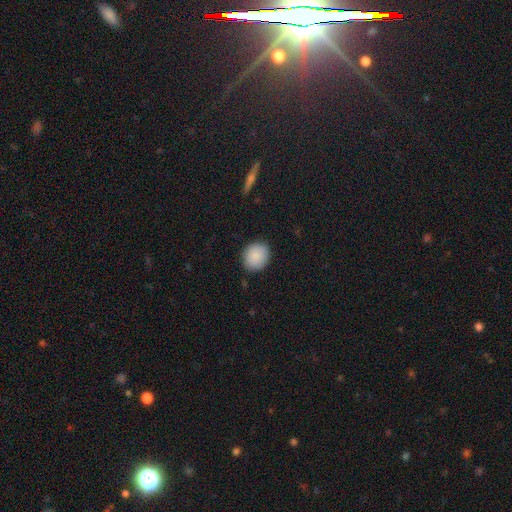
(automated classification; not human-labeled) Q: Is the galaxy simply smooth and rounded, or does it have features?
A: smooth — 89%.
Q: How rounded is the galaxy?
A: round — 73%.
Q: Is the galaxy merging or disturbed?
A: none — 86%.